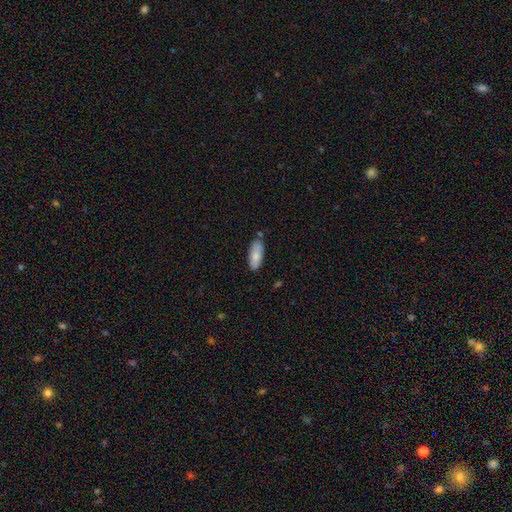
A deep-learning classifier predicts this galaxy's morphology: A smooth galaxy with no disk features (81%) that is in between round and cigar-shaped (79%). Merging: none (76%).